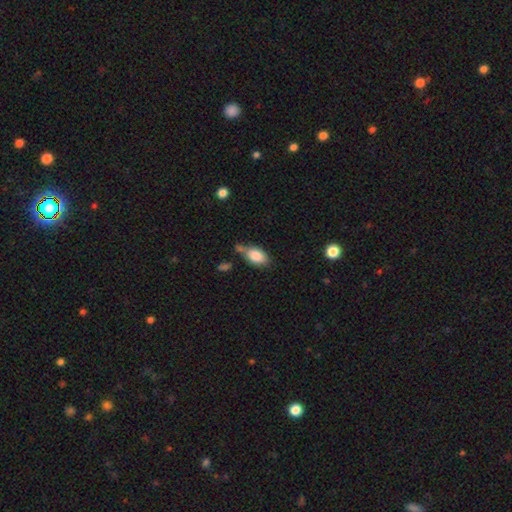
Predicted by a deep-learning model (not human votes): Q: Smooth or featured?
A: smooth (83%); runner-up: featured or disk (9%)
Q: How rounded?
A: in between (90%); runner-up: round (7%)
Q: Merging?
A: none (52%); runner-up: minor disturbance (24%)